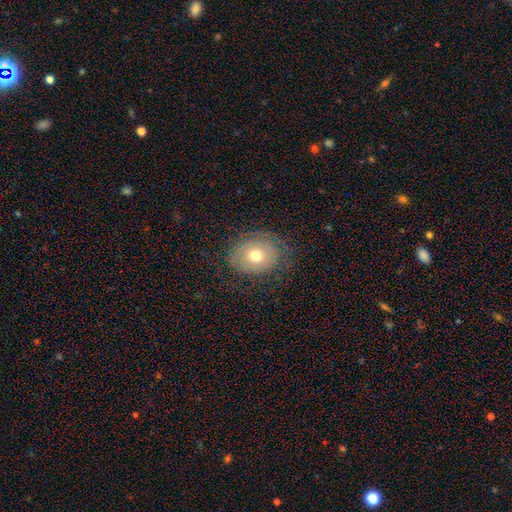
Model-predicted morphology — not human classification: This is likely a smooth galaxy (61%). How rounded: possibly in between (52%). Merging: likely none (73%).